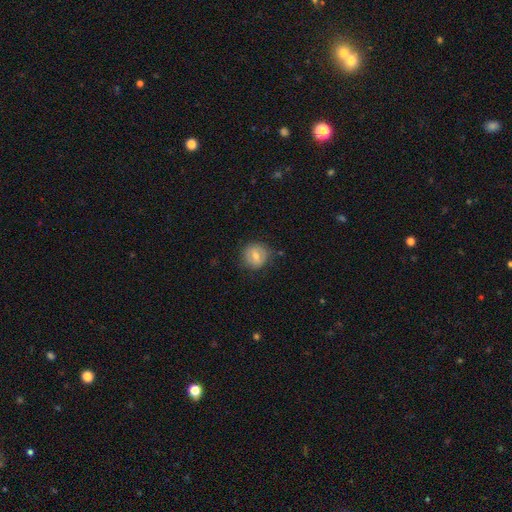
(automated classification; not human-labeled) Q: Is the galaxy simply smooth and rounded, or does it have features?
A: smooth — 55%.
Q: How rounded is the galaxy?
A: round — 88%.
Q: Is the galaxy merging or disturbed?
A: none — 82%.